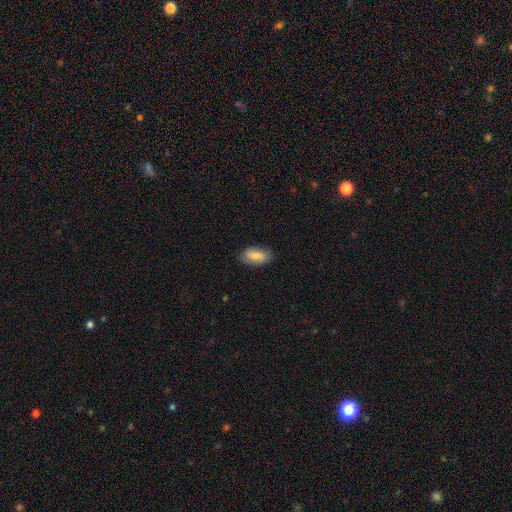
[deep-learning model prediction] smooth_or_featured: smooth (p=0.81) [alt: featured or disk p=0.12]
how_rounded: in between (p=0.90) [alt: cigar-shaped p=0.07]
merging: none (p=0.78) [alt: minor disturbance p=0.17]